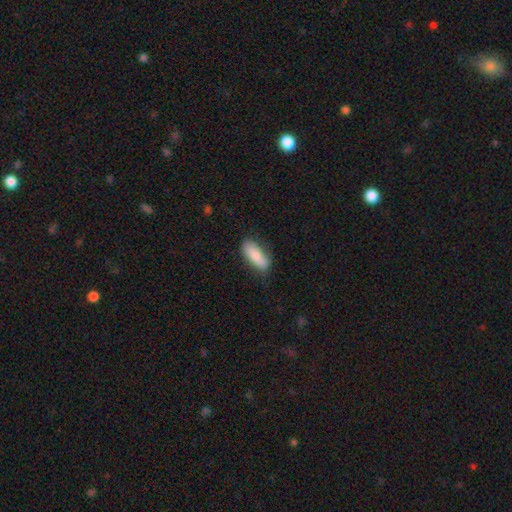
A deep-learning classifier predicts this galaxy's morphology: Q: Smooth or featured?
A: smooth (84%); runner-up: featured or disk (10%)
Q: How rounded?
A: in between (76%); runner-up: cigar-shaped (22%)
Q: Merging?
A: none (74%); runner-up: minor disturbance (20%)